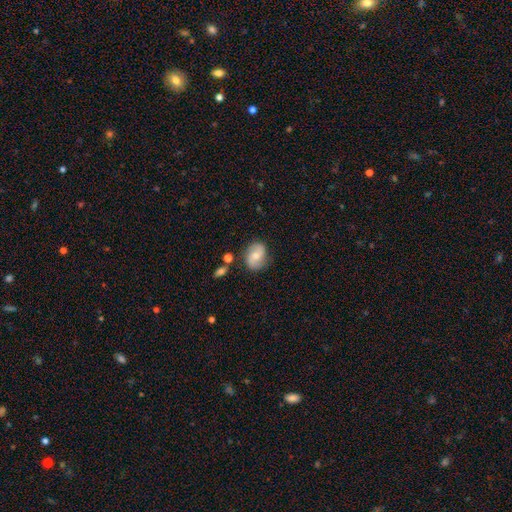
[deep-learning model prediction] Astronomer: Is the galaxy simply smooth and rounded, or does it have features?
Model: featured or disk — 59% (runner-up: smooth, 34%).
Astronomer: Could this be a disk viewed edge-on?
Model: no — 97%.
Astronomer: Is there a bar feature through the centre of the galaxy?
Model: no — 57% (runner-up: weak, 35%).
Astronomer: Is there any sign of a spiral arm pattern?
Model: yes — 89%.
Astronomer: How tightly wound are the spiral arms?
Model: medium — 42% (runner-up: loose, 36%).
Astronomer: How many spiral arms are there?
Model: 2 — 88%.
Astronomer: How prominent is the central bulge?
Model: moderate — 54% (runner-up: small, 40%).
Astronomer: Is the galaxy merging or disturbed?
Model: none — 79%.